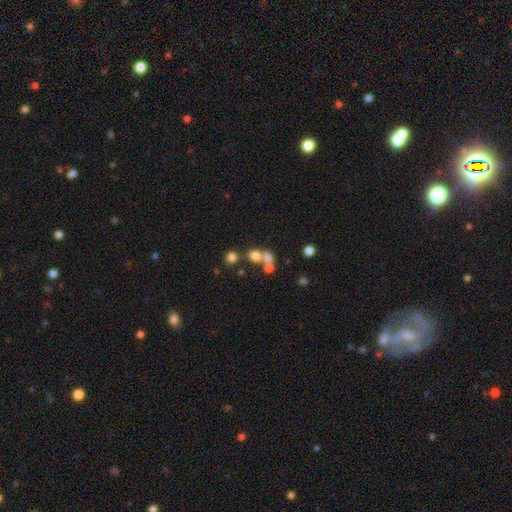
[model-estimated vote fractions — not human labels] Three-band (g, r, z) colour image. It shows a smooth galaxy with no disk features (66%) that is round (78%). Merging: merger (49%).